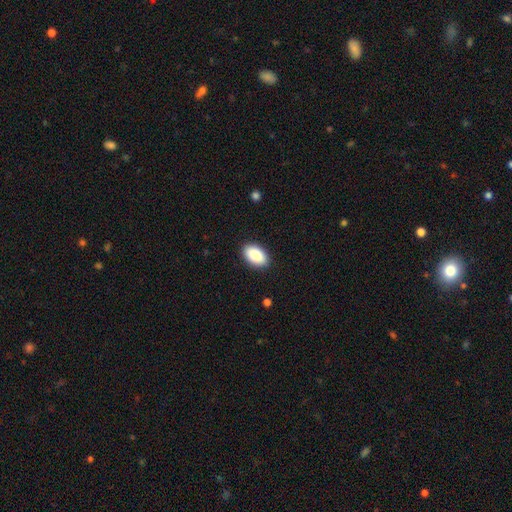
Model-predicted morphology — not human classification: Overall: smooth (88%). How rounded: in between (93%). Merging: none (89%).